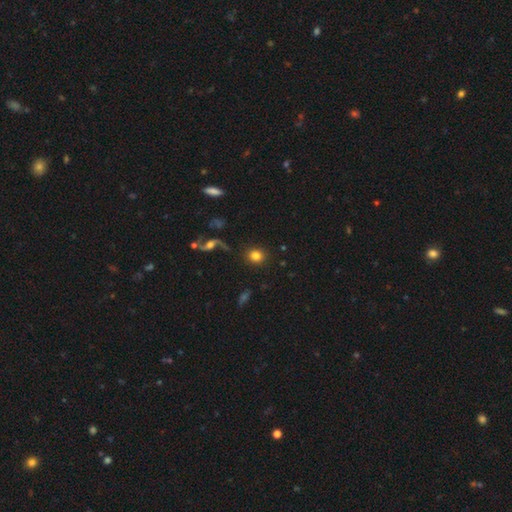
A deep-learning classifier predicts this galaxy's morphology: Smooth or featured?
  - smooth: 79% *
  - featured or disk: 11%
  - star or artifact: 10%
How rounded?
  - round: 86% *
  - in between: 13%
  - cigar-shaped: 1%
Merging?
  - none: 87% *
  - minor disturbance: 7%
  - major disturbance: 3%
  - merger: 3%